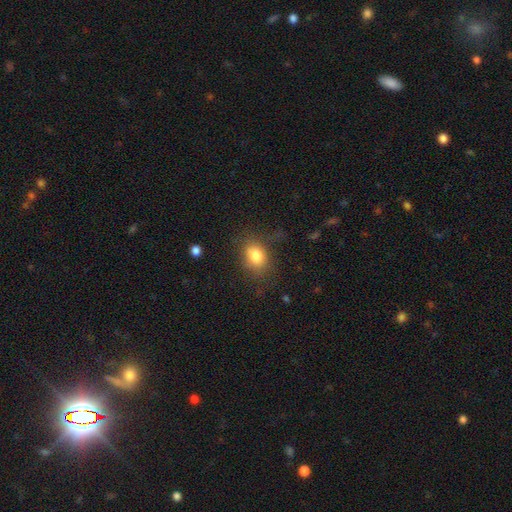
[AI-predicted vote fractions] Overall: smooth (80%). How rounded: in between (64%; round 35%). Merging: none (67%).